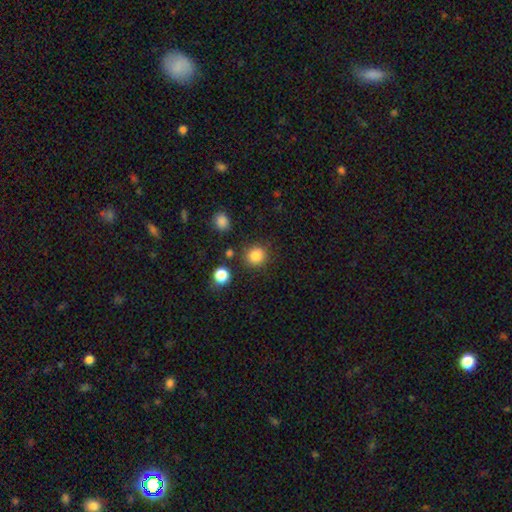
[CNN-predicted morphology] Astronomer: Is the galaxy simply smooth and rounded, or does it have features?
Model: smooth — 84%.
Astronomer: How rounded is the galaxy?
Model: round — 89%.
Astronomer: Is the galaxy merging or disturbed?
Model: none — 84%.